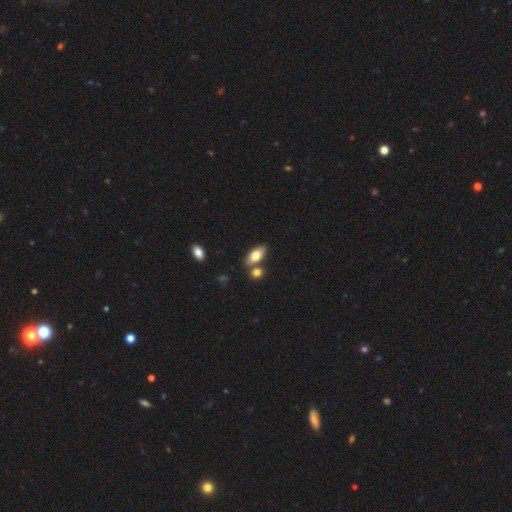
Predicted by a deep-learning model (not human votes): smooth 75%, featured or disk 18%, star or artifact 7%. Down the decision tree: how rounded — in between (88%); merging — none (65%).